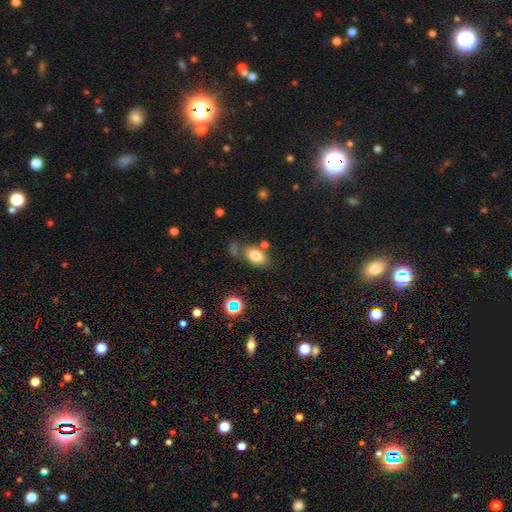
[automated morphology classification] Smooth or featured? Predicted: smooth (p=0.77). How rounded? Predicted: in between (p=0.88). Merging? Predicted: none (p=0.66).